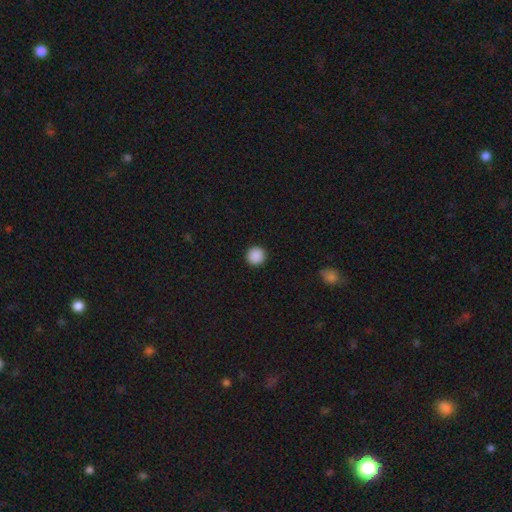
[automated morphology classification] smooth_or_featured: smooth (p=0.89) [alt: star or artifact p=0.09]
how_rounded: round (p=0.96) [alt: in between p=0.03]
merging: none (p=0.93) [alt: minor disturbance p=0.04]